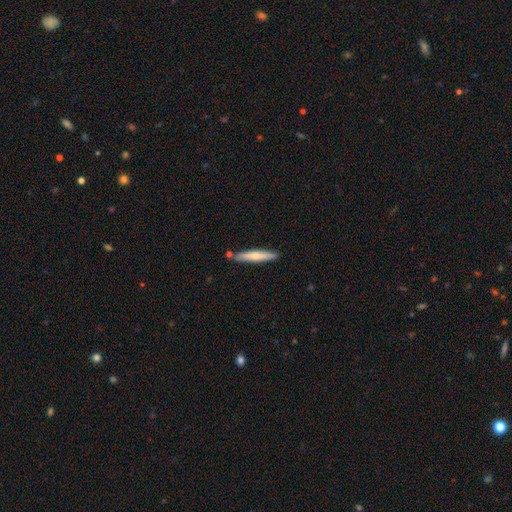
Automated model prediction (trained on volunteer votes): Smooth or featured: smooth — 59% (featured or disk — 36%)
How rounded: cigar-shaped — 93% (in between — 5%)
Merging: none — 82% (minor disturbance — 11%)